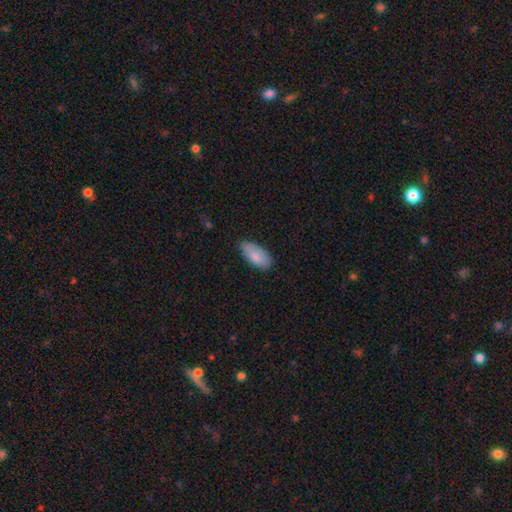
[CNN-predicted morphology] Smooth or featured?
  - smooth: 84% *
  - featured or disk: 10%
  - star or artifact: 6%
How rounded?
  - in between: 91% *
  - cigar-shaped: 7%
  - round: 2%
Merging?
  - none: 79% *
  - minor disturbance: 17%
  - major disturbance: 3%
  - merger: 1%